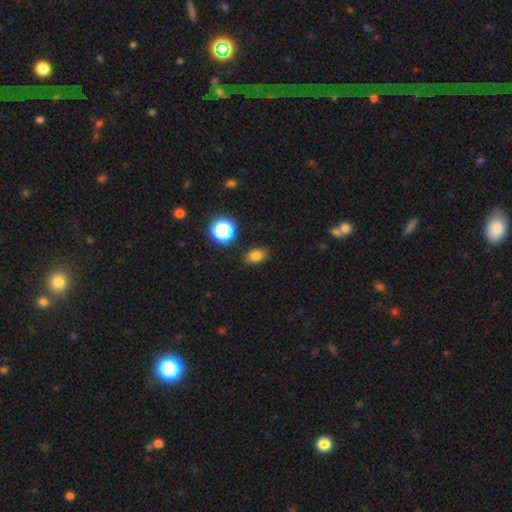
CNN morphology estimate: type=smooth (79%); roundness=in between (76%); merging=none (86%).